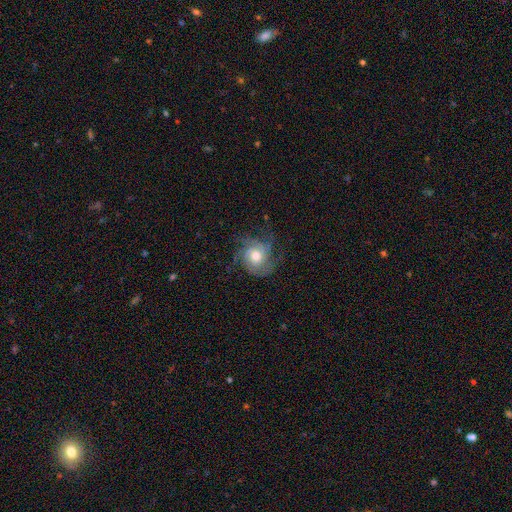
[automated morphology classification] smooth_or_featured: featured or disk (p=0.72) [alt: smooth p=0.20]
disk_edge_on: no (p=0.97) [alt: yes p=0.03]
bar: no (p=0.77) [alt: weak p=0.19]
has_spiral_arms: yes (p=0.93) [alt: no p=0.07]
spiral_winding: tight (p=0.49) [alt: medium p=0.37]
spiral_arm_count: 3 (p=0.32) [alt: can't tell p=0.26]
bulge_size: moderate (p=0.70) [alt: large p=0.18]
merging: none (p=0.65) [alt: minor disturbance p=0.20]